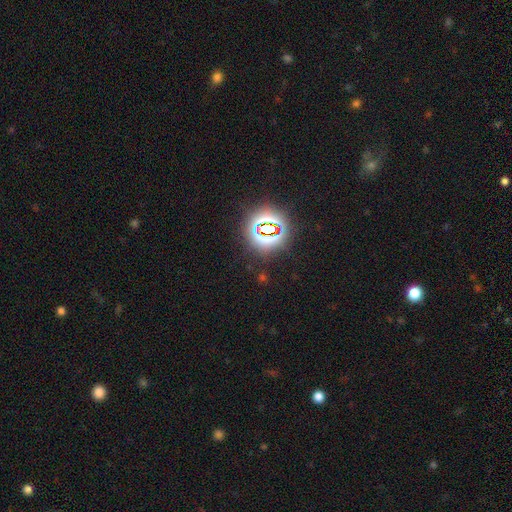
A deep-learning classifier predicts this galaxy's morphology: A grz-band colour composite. It shows a star or artifact, not a galaxy (80%).